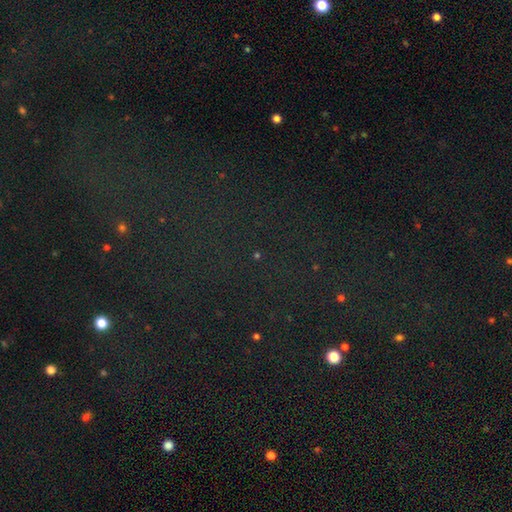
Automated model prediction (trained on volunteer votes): The model was most divided on "smooth or featured": star or artifact: 76%, smooth: 14%, featured or disk: 10%.